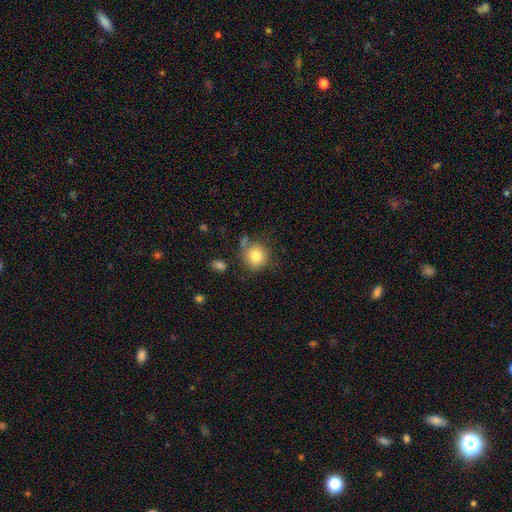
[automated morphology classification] smooth-or-featured: smooth: 79% | featured or disk: 10% | star or artifact: 10%
  how-rounded: round: 86% | in between: 13% | cigar-shaped: 1%
  merging: none: 67% | minor disturbance: 17% | merger: 9% | major disturbance: 6%